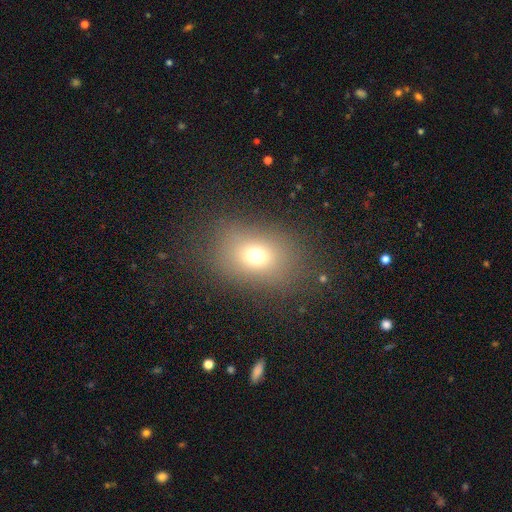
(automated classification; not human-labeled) smooth 69%, star or artifact 18%, featured or disk 13%. Down the decision tree: how rounded — in between (59%); merging — none (77%).